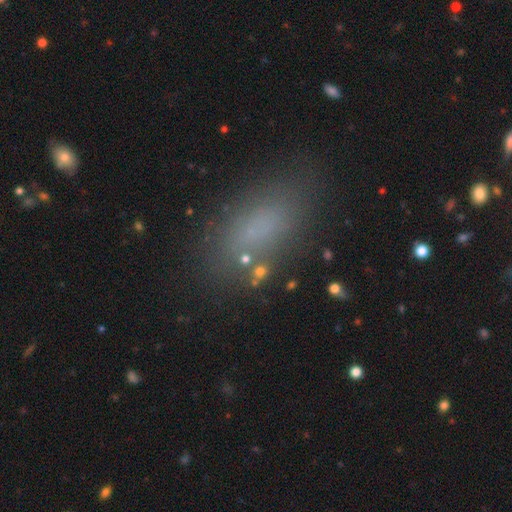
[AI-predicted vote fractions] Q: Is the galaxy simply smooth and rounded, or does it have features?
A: smooth — 74%.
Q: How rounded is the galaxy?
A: in between — 82%.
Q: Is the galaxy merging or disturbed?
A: none — 77%.